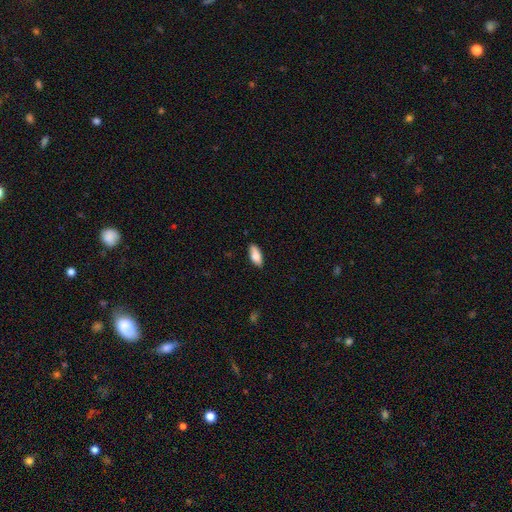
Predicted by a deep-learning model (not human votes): smooth_or_featured: smooth (p=0.83) [alt: featured or disk p=0.10]
how_rounded: in between (p=0.79) [alt: cigar-shaped p=0.19]
merging: none (p=0.85) [alt: minor disturbance p=0.12]